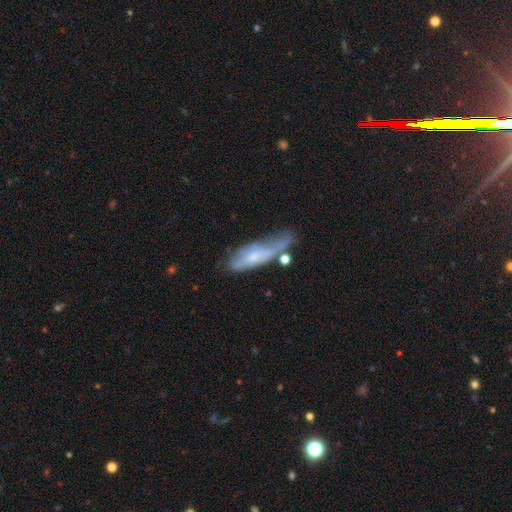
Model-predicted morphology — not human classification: A smooth galaxy with no disk features (48%).

Vote fractions:
- Smooth or featured? smooth: 48% / featured or disk: 44% / star or artifact: 8%
- Merging? none: 34% / minor disturbance: 32% / major disturbance: 21% / merger: 12%